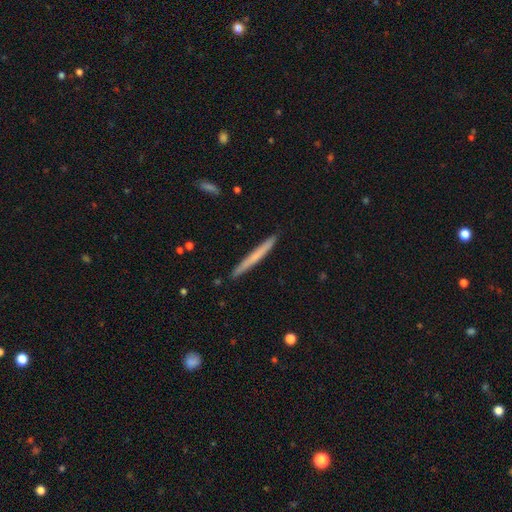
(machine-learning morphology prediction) smooth-or-featured: smooth: 59% | featured or disk: 35% | star or artifact: 5%
  how-rounded: cigar-shaped: 97% | in between: 2% | round: 1%
  merging: none: 91% | minor disturbance: 6% | major disturbance: 1% | merger: 1%